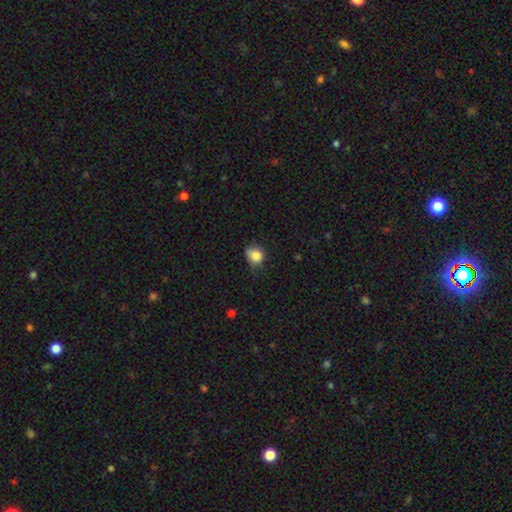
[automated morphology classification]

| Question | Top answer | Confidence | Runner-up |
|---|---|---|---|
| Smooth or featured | smooth | 84% | star or artifact (10%) |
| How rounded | round | 67% | in between (32%) |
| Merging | none | 53% | minor disturbance (36%) |